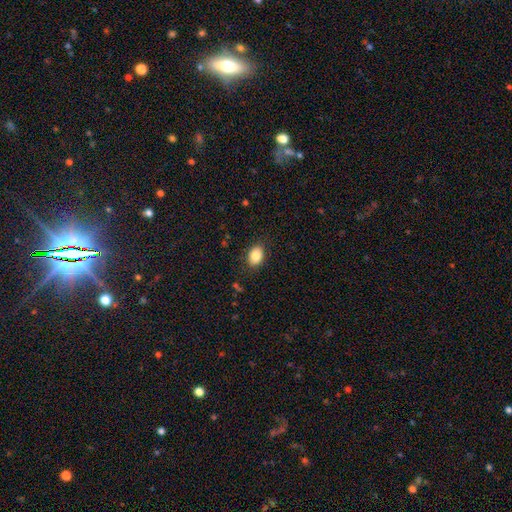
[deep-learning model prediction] A smooth galaxy with no disk features (85%) that is in between round and cigar-shaped (78%).

Vote fractions:
- Smooth or featured? smooth: 85% / star or artifact: 8% / featured or disk: 7%
- How rounded? in between: 78% / round: 21% / cigar-shaped: 1%
- Merging? none: 86% / minor disturbance: 10% / major disturbance: 3% / merger: 1%